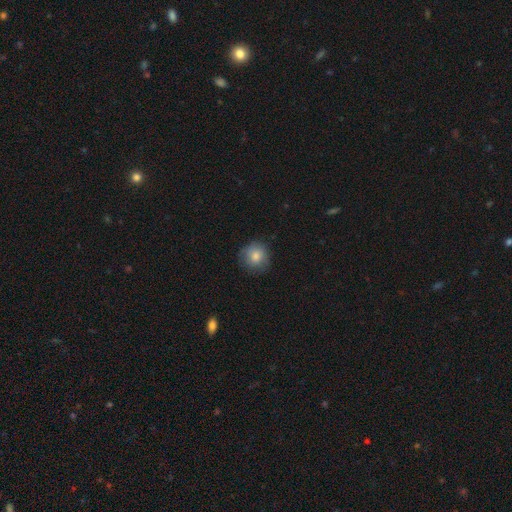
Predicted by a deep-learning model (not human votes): Smooth or featured: smooth — 82% (featured or disk — 10%)
How rounded: round — 90% (in between — 9%)
Merging: none — 80% (minor disturbance — 15%)